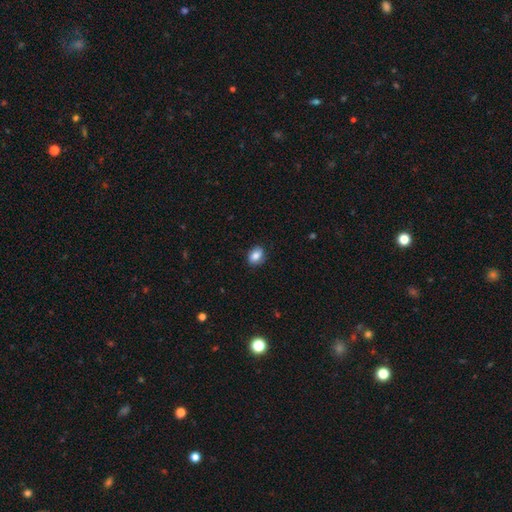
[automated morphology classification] smooth 82%, featured or disk 10%, star or artifact 8%. Down the decision tree: how rounded — in between (69%); merging — none (82%).